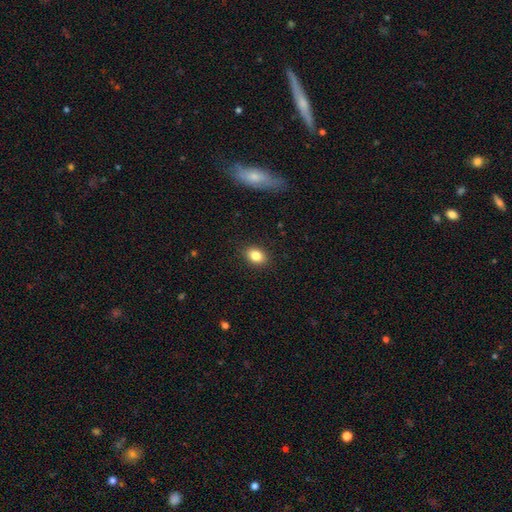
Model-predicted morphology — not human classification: smooth 84%, star or artifact 9%, featured or disk 7%. Down the decision tree: how rounded — in between (69%); merging — none (89%).